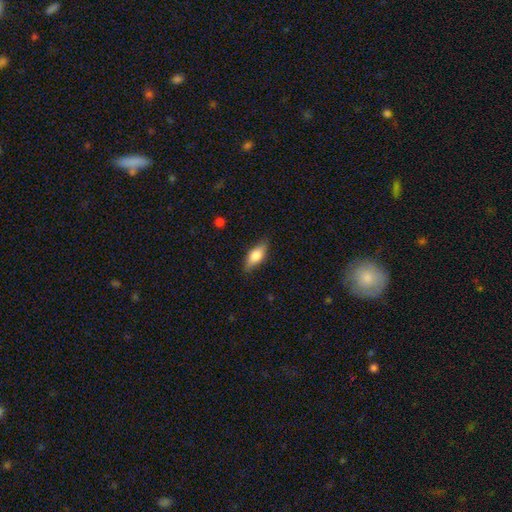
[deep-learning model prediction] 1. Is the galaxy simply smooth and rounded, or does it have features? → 73% smooth, 21% featured or disk, 6% star or artifact.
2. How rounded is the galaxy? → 79% in between, 18% cigar-shaped, 3% round.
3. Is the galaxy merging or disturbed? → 83% none, 13% minor disturbance, 3% major disturbance, 1% merger.